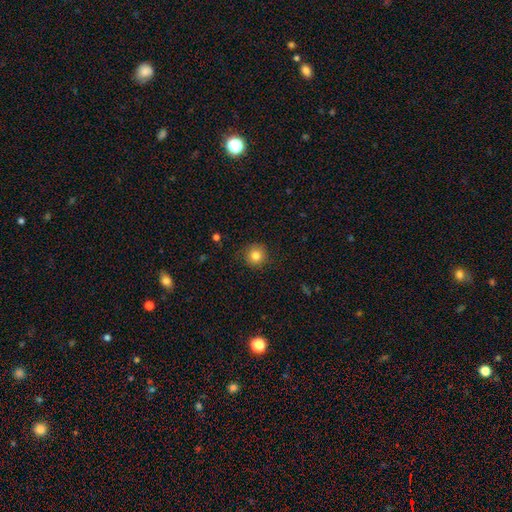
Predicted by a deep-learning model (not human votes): A smooth galaxy with no disk features (82%) that is round (93%). Merging: none (86%).